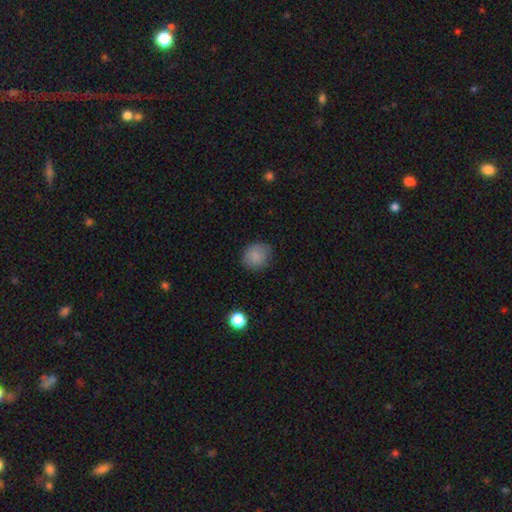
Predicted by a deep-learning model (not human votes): A smooth galaxy with no disk features (85%) that is round (77%). Merging: none (83%).